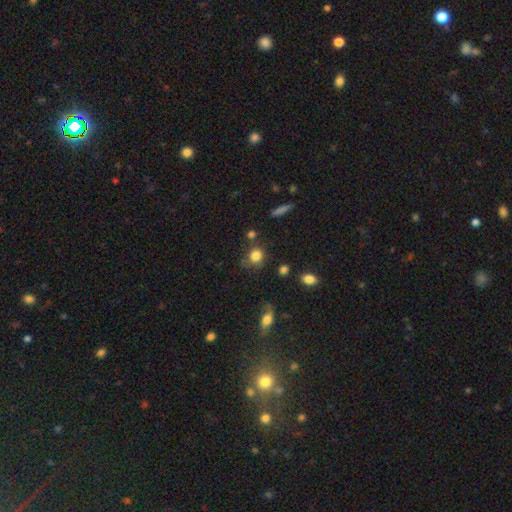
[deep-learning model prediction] The model was most divided on "merging": none: 63%, minor disturbance: 21%, major disturbance: 9%, merger: 7%. More confident: smooth or featured — smooth (81%); how rounded — round (79%).